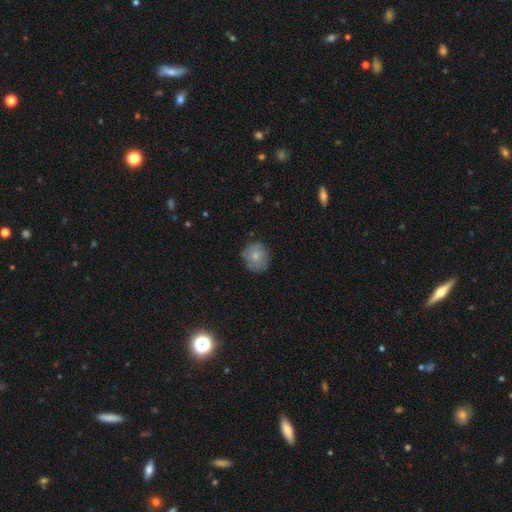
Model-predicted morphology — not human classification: Q: Smooth or featured?
A: smooth (73%); runner-up: featured or disk (20%)
Q: How rounded?
A: round (84%); runner-up: in between (15%)
Q: Merging?
A: none (78%); runner-up: minor disturbance (17%)